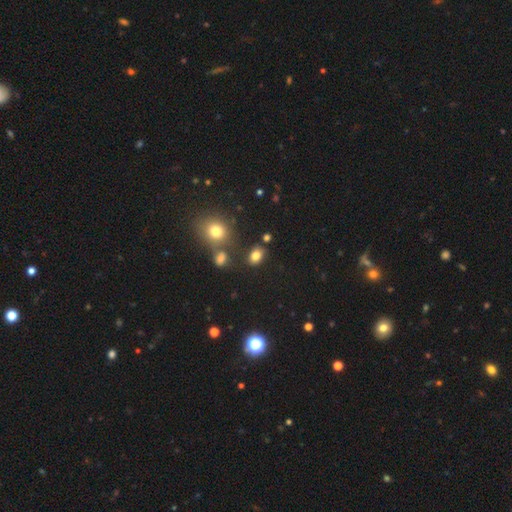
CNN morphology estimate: Overall: smooth (80%). How rounded: in between (68%; round 31%). Merging: none (76%).